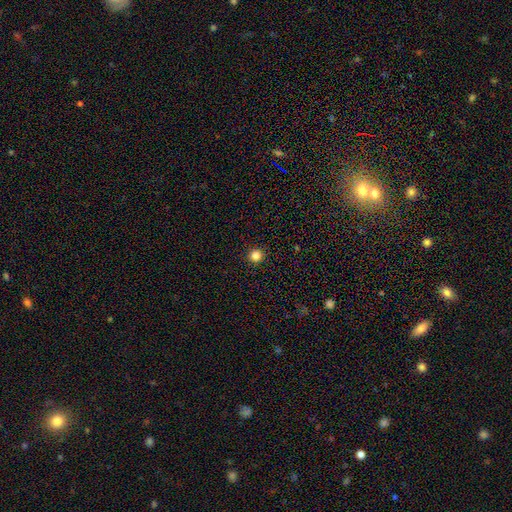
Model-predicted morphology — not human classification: Smooth or featured: smooth — 82% (star or artifact — 14%)
How rounded: round — 95% (in between — 4%)
Merging: none — 93% (minor disturbance — 4%)